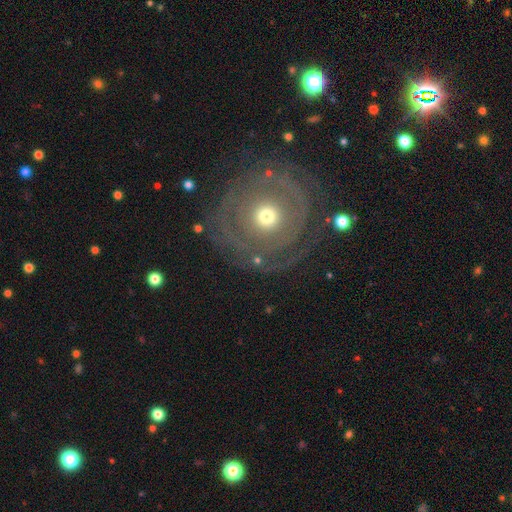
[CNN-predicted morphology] smooth_or_featured: featured or disk (p=0.68) [alt: smooth p=0.22]
disk_edge_on: no (p=0.96) [alt: yes p=0.04]
bar: no (p=0.87) [alt: weak p=0.10]
has_spiral_arms: yes (p=0.60) [alt: no p=0.40]
bulge_size: moderate (p=0.61) [alt: small p=0.29]
merging: none (p=0.78) [alt: minor disturbance p=0.12]